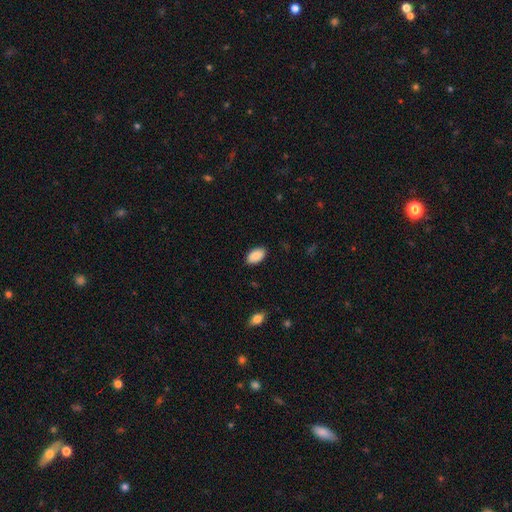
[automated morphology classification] smooth_or_featured: smooth (p=0.88) [alt: star or artifact p=0.07]
how_rounded: in between (p=0.94) [alt: round p=0.05]
merging: none (p=0.88) [alt: minor disturbance p=0.09]